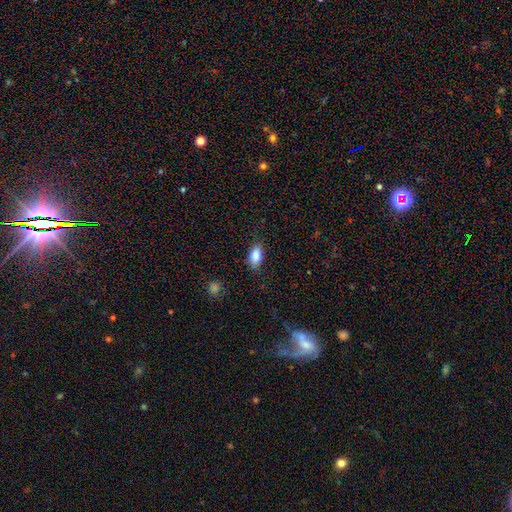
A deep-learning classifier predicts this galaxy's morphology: Smooth or featured? Predicted: smooth (p=0.84). How rounded? Predicted: in between (p=0.89). Merging? Predicted: none (p=0.83).